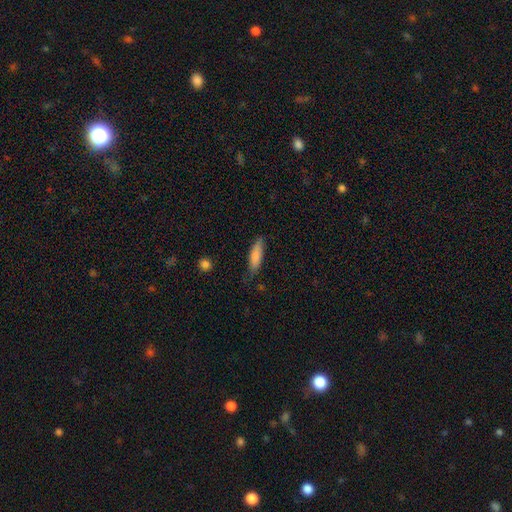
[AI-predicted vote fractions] This is clearly a smooth galaxy (83%). How rounded: possibly cigar-shaped (51%). Merging: likely none (73%).